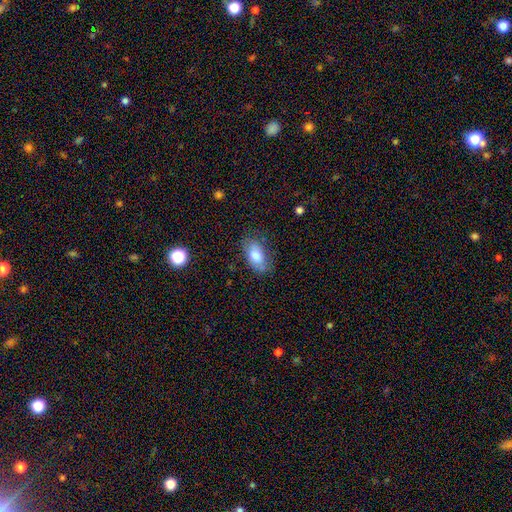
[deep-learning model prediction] Q: Smooth or featured?
A: smooth (74%); runner-up: featured or disk (18%)
Q: How rounded?
A: in between (91%); runner-up: round (5%)
Q: Merging?
A: none (73%); runner-up: minor disturbance (20%)